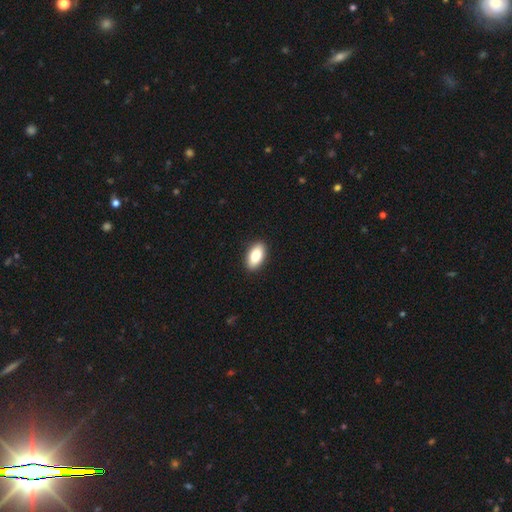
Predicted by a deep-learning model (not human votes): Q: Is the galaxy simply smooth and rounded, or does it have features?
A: smooth — 86%.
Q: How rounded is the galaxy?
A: in between — 93%.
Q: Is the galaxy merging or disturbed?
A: none — 90%.